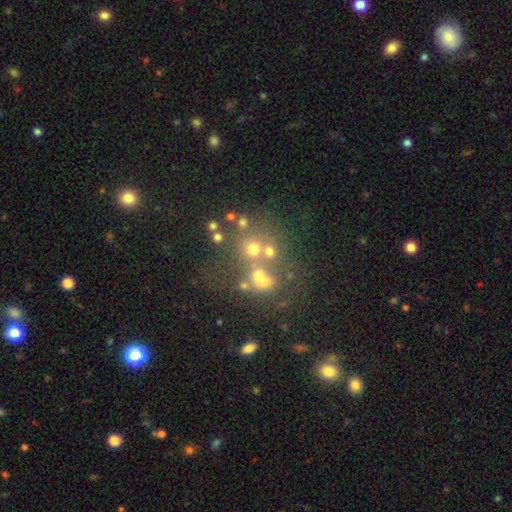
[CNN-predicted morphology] Smooth or featured? Predicted: smooth (p=0.39). Merging? Predicted: merger (p=0.43).